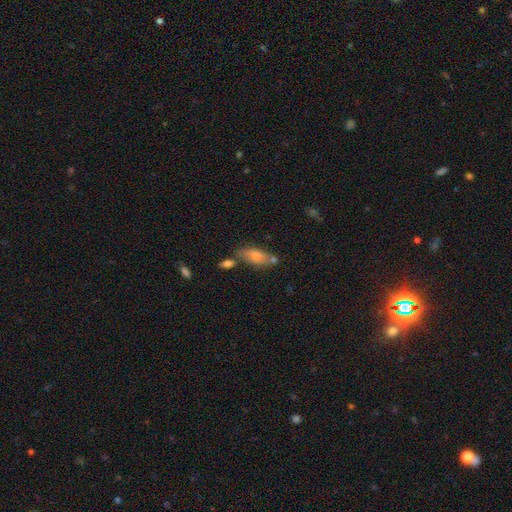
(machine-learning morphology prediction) smooth-or-featured: smooth: 64% | featured or disk: 25% | star or artifact: 10%
  how-rounded: in between: 73% | cigar-shaped: 23% | round: 4%
  merging: none: 60% | merger: 19% | minor disturbance: 17% | major disturbance: 5%